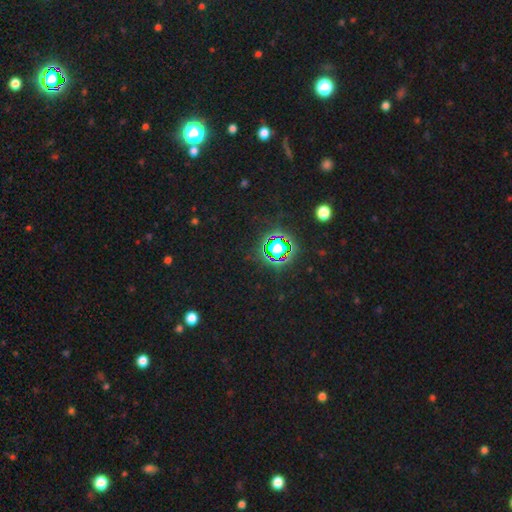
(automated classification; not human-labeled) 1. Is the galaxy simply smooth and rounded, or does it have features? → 80% star or artifact, 12% smooth, 8% featured or disk.